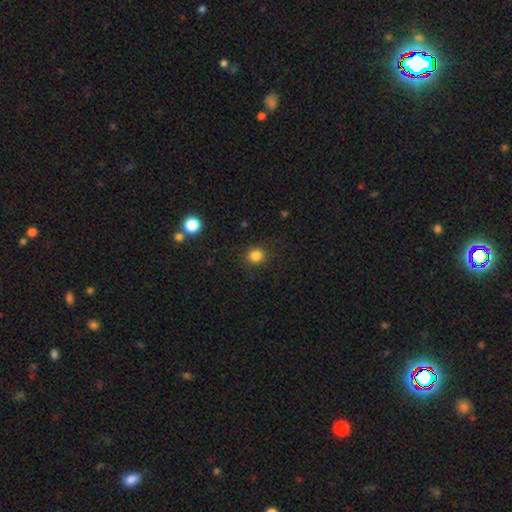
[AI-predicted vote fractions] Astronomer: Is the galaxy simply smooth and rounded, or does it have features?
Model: smooth — 84%.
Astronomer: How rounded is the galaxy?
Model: round — 88%.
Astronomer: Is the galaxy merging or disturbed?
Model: none — 89%.